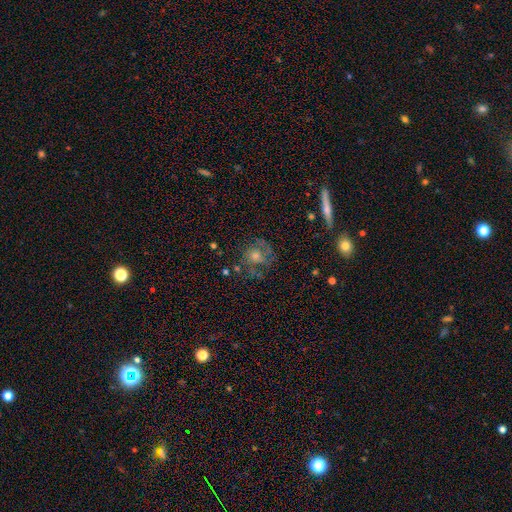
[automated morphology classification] This is likely a featured or disk galaxy (66%). It is clearly not viewed edge-on (94%). Bar: likely no (77%). Spiral arm pattern: clearly yes (82%). Spiral arm count: marginally can't tell (34%). Spiral winding: possibly tight (47%). Central bulge: possibly moderate (55%). Merging: likely none (70%).